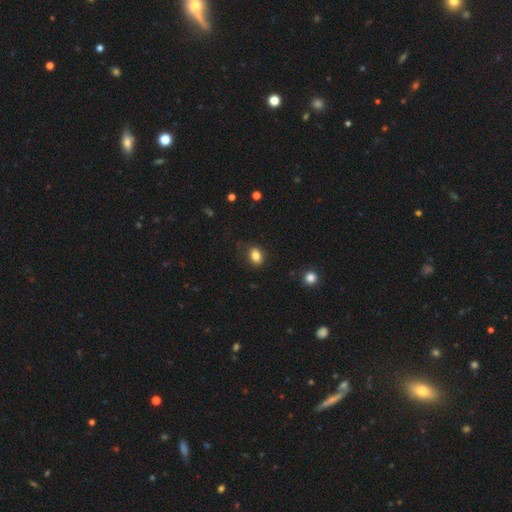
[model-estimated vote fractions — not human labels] The model was most divided on "how rounded": in between: 68%, round: 31%, cigar-shaped: 1%. More confident: smooth or featured — smooth (83%); merging — none (79%).